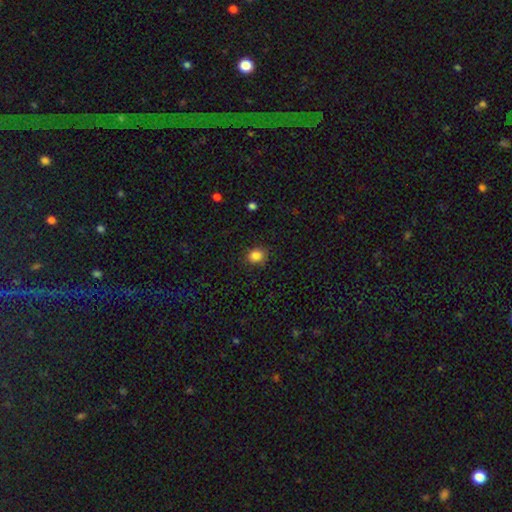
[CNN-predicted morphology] The model was most divided on "how rounded": round: 74%, in between: 25%, cigar-shaped: 1%. More confident: merging — none (86%); smooth or featured — smooth (85%).